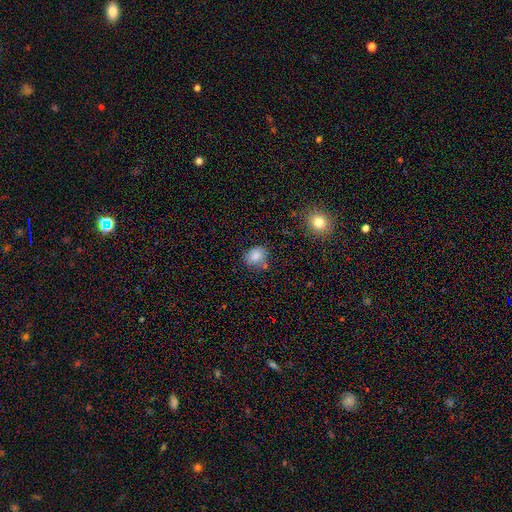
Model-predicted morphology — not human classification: smooth 82%, star or artifact 10%, featured or disk 7%. Down the decision tree: how rounded — round (55%); merging — none (67%).